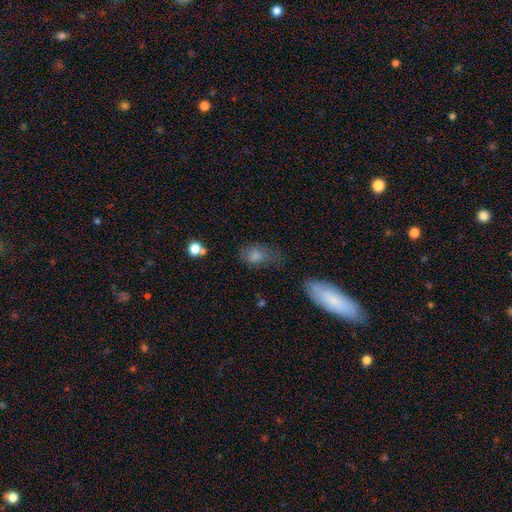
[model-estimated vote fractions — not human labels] A smooth galaxy with no disk features (71%) that is in between round and cigar-shaped (81%). Merging: none (52%).